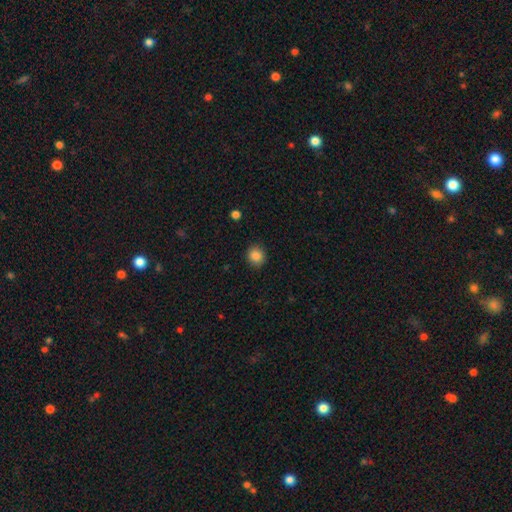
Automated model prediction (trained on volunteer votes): smooth_or_featured: smooth (p=0.86) [alt: star or artifact p=0.10]
how_rounded: round (p=0.84) [alt: in between p=0.15]
merging: none (p=0.90) [alt: minor disturbance p=0.07]